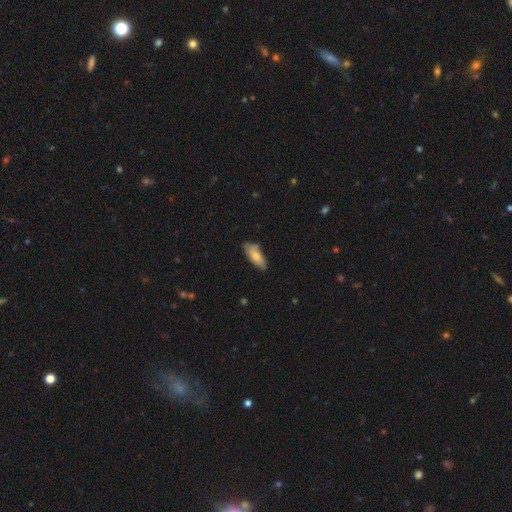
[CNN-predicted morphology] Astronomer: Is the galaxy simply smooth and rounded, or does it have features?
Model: smooth — 73%.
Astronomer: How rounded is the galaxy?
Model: in between — 76%.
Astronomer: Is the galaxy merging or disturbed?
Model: none — 68%.